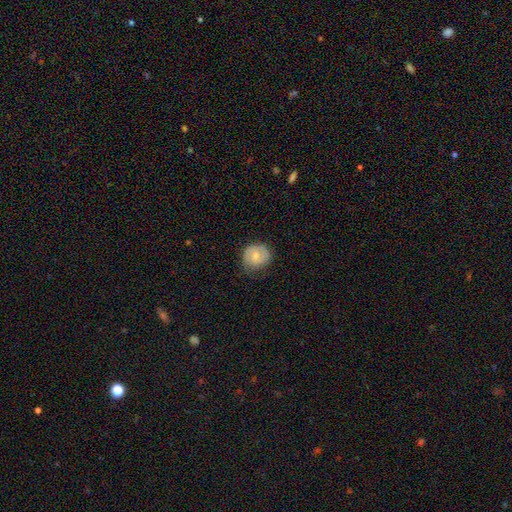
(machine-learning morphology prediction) Smooth or featured: smooth — 61% (featured or disk — 33%)
How rounded: round — 82% (in between — 17%)
Merging: none — 67% (minor disturbance — 25%)